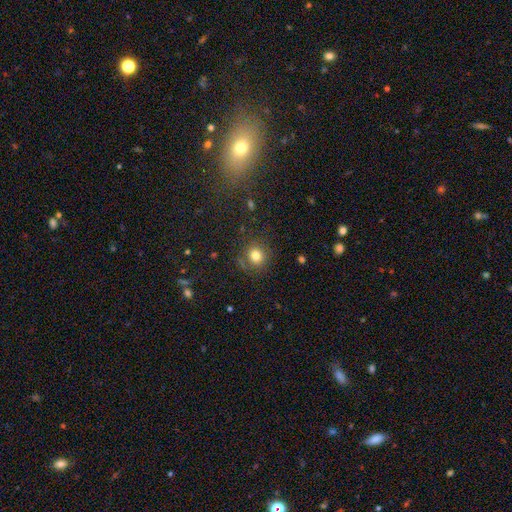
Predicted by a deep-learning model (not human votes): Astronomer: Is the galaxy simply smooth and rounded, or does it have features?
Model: smooth — 79%.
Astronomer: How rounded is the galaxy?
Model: round — 87%.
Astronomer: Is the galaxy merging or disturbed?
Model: none — 82%.